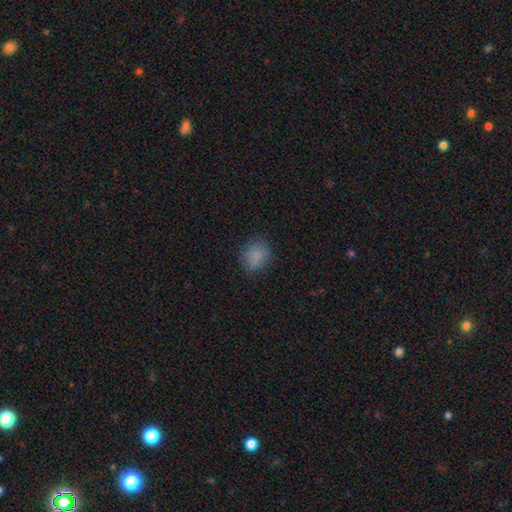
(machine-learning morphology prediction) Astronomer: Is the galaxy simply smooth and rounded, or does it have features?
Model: smooth — 83%.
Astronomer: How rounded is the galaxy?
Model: round — 69%.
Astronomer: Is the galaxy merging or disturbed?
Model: none — 81%.